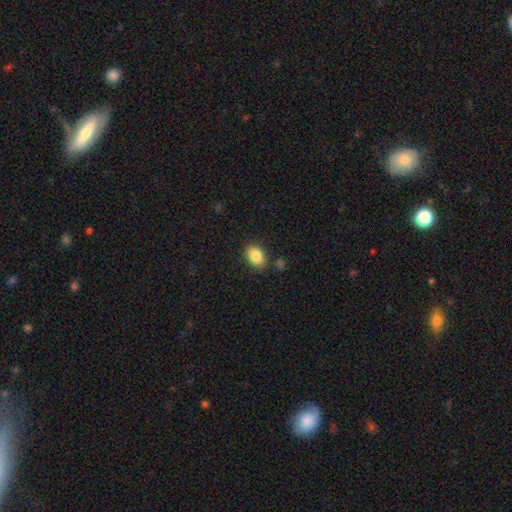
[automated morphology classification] Smooth or featured? smooth (85%)
How rounded? in between (76%)
Merging? none (83%)